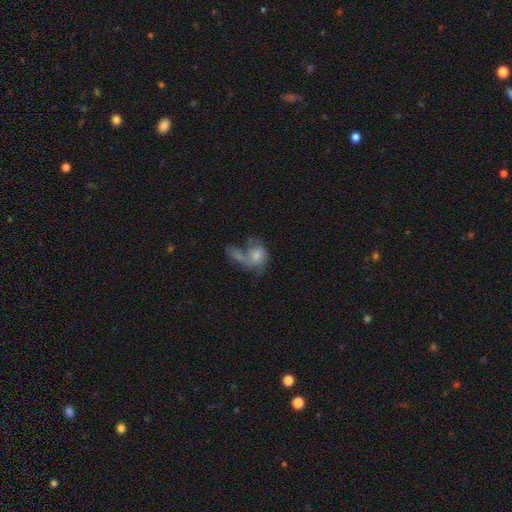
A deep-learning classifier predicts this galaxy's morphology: Q: Smooth or featured?
A: smooth (50%); runner-up: featured or disk (40%)
Q: How rounded?
A: in between (62%); runner-up: round (36%)
Q: Merging?
A: merger (46%); runner-up: major disturbance (24%)